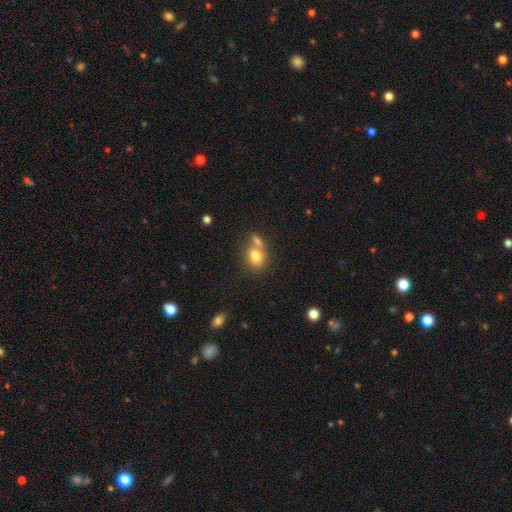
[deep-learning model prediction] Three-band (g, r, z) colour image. It shows a smooth galaxy with no disk features (78%) that is round (50%). Merging: merger (43%).